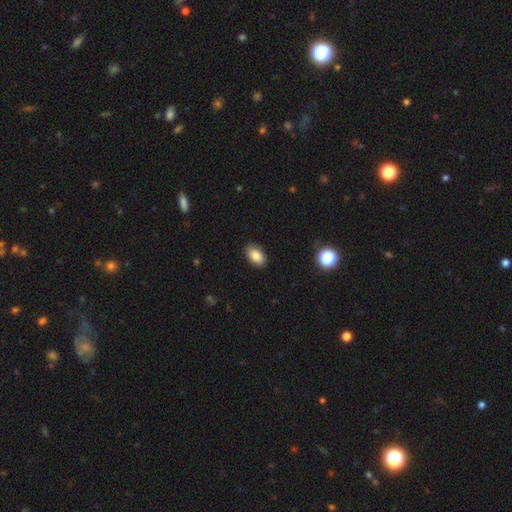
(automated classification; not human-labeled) A smooth galaxy with no disk features (85%) that is in between round and cigar-shaped (93%).

Vote fractions:
- Smooth or featured? smooth: 85% / star or artifact: 8% / featured or disk: 7%
- How rounded? in between: 93% / round: 6% / cigar-shaped: 2%
- Merging? none: 88% / minor disturbance: 9% / major disturbance: 2% / merger: 1%